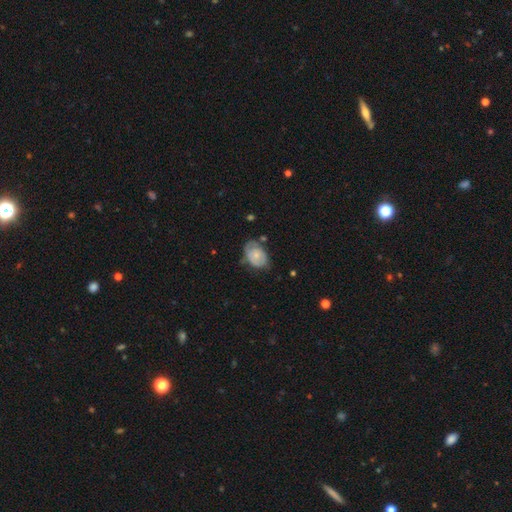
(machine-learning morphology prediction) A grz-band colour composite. It shows a smooth galaxy with no disk features (51%) that is in between round and cigar-shaped (82%). Merging: none (51%).